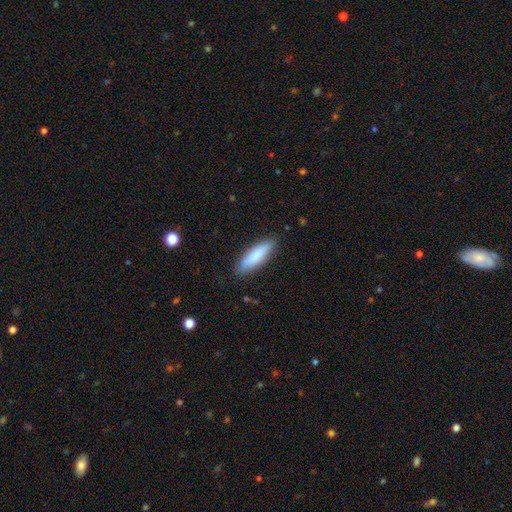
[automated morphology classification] Smooth or featured? smooth (82%)
How rounded? cigar-shaped (61%)
Merging? none (87%)